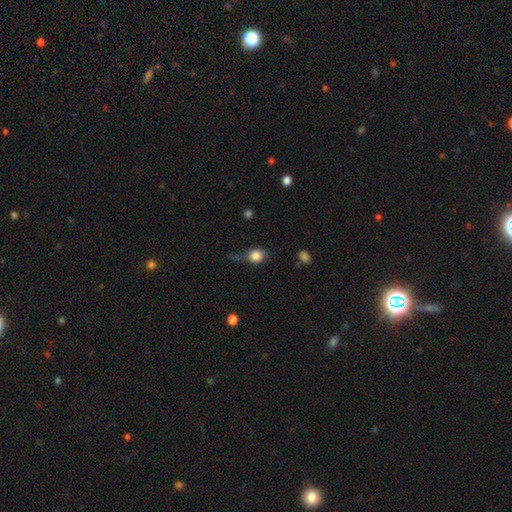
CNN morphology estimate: The model was most divided on "merging": none: 43%, minor disturbance: 32%, major disturbance: 19%, merger: 6%. More confident: smooth or featured — smooth (82%); how rounded — round (65%).